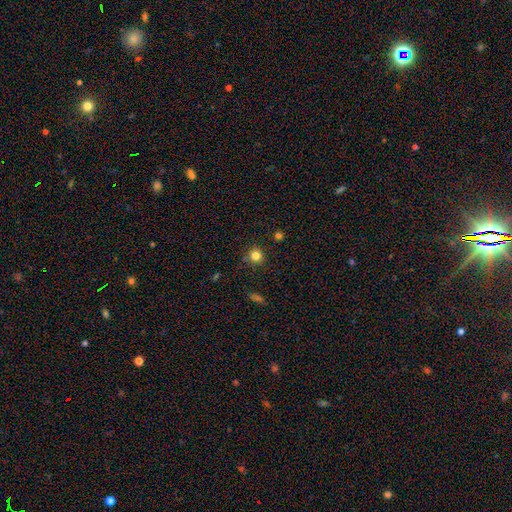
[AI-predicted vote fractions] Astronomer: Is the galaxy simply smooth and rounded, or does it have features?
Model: smooth — 81%.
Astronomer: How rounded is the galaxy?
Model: round — 92%.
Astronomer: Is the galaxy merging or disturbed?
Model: none — 86%.